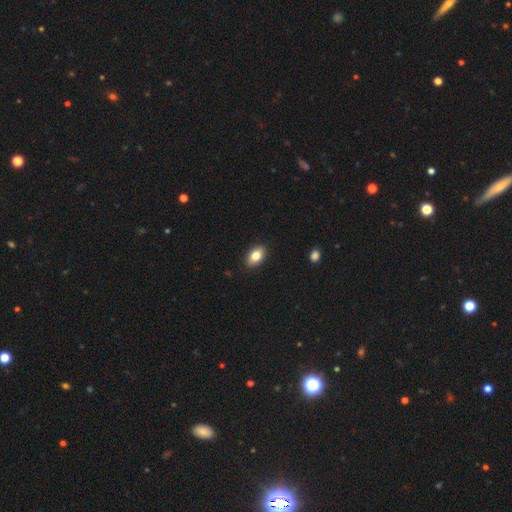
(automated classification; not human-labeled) Overall: smooth (82%). How rounded: in between (88%). Merging: none (89%).